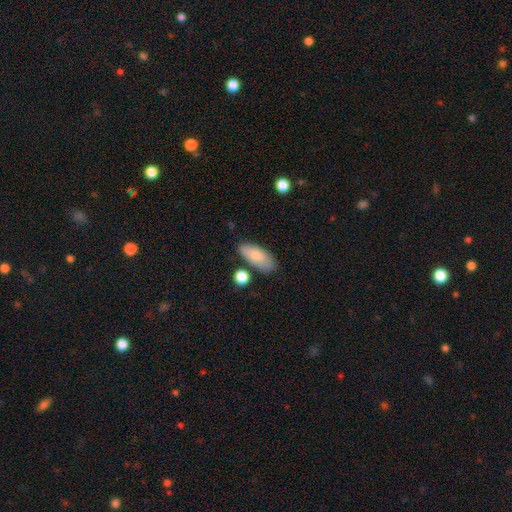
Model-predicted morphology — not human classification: A smooth galaxy with no disk features (80%) that is in between round and cigar-shaped (87%).

Vote fractions:
- Smooth or featured? smooth: 80% / featured or disk: 14% / star or artifact: 6%
- How rounded? in between: 87% / cigar-shaped: 10% / round: 3%
- Merging? none: 71% / minor disturbance: 18% / merger: 7% / major disturbance: 4%